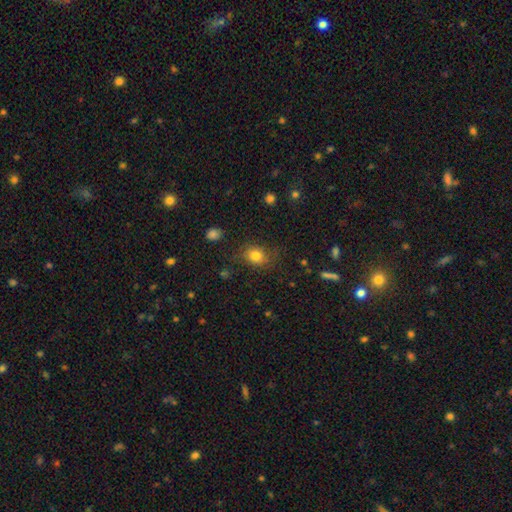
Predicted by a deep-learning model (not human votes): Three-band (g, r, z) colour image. It shows a smooth galaxy with no disk features (80%) that is round (52%). Merging: none (75%).